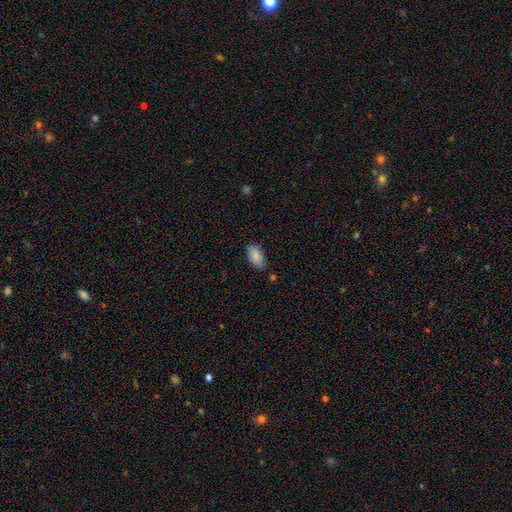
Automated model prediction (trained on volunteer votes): smooth-or-featured: smooth: 86% | featured or disk: 7% | star or artifact: 7%
  how-rounded: in between: 94% | cigar-shaped: 4% | round: 3%
  merging: none: 79% | minor disturbance: 16% | major disturbance: 3% | merger: 3%